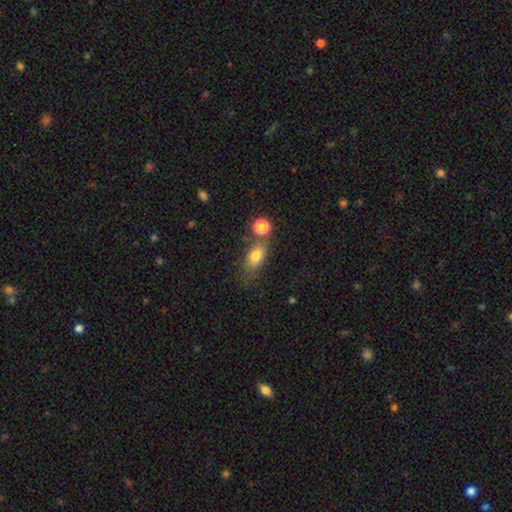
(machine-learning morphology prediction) Smooth or featured? smooth (75%)
How rounded? in between (76%)
Merging? none (55%)